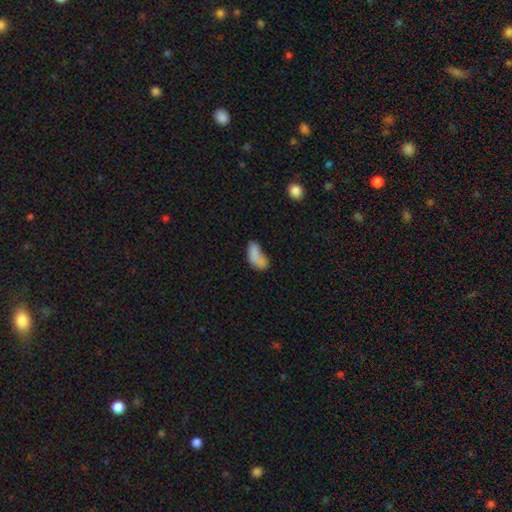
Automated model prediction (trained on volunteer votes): smooth 77%, featured or disk 13%, star or artifact 10%. Down the decision tree: how rounded — in between (87%); merging — none (32%).